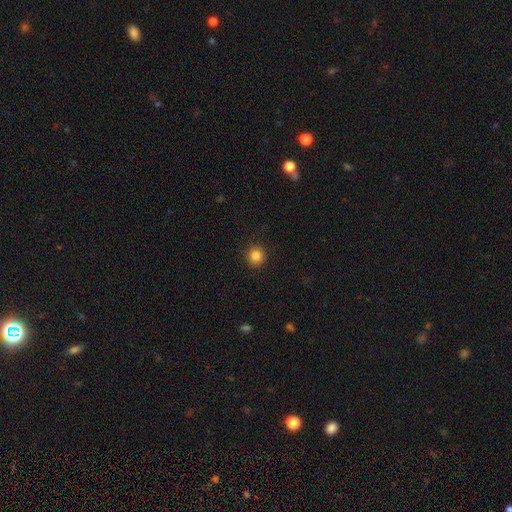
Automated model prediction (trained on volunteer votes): Q: Smooth or featured?
A: smooth (84%); runner-up: star or artifact (11%)
Q: How rounded?
A: round (93%); runner-up: in between (6%)
Q: Merging?
A: none (92%); runner-up: minor disturbance (5%)